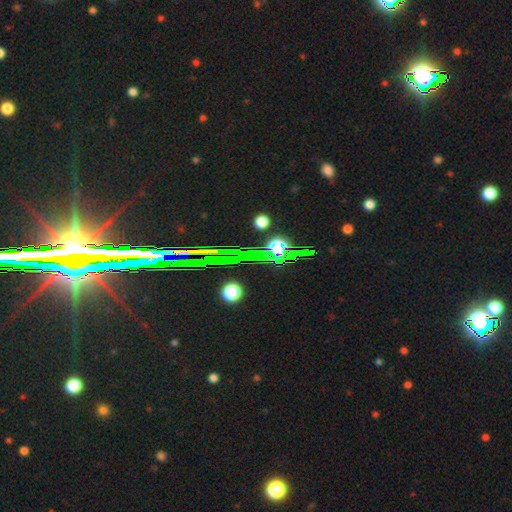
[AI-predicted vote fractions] Smooth or featured? star or artifact (82%)